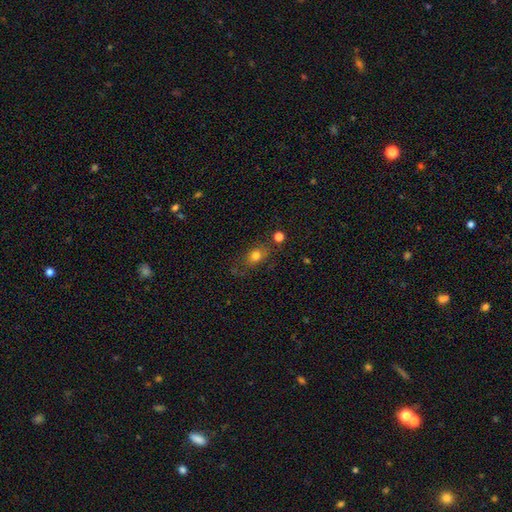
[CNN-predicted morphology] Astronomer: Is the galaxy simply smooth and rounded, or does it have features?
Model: smooth — 75%.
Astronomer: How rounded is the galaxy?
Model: in between — 64%.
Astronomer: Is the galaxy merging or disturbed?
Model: none — 68%.